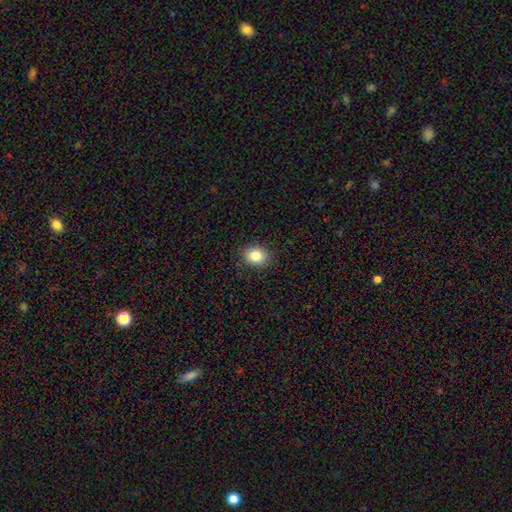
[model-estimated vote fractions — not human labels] This is clearly a smooth galaxy (83%). How rounded: possibly round (59%). Merging: clearly none (89%).